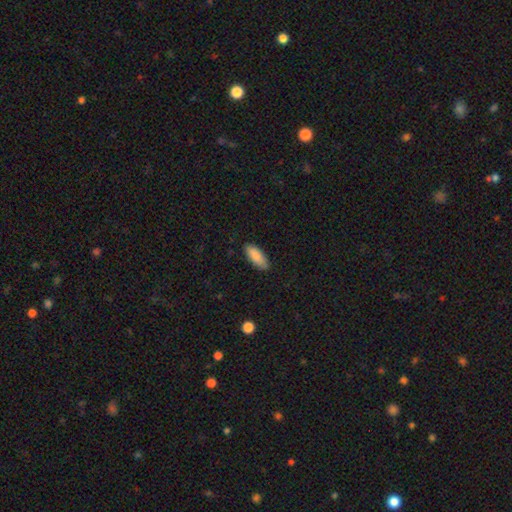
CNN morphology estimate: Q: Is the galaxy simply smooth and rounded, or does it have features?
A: smooth — 88%.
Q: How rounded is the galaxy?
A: in between — 75%.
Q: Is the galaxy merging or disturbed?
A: none — 87%.